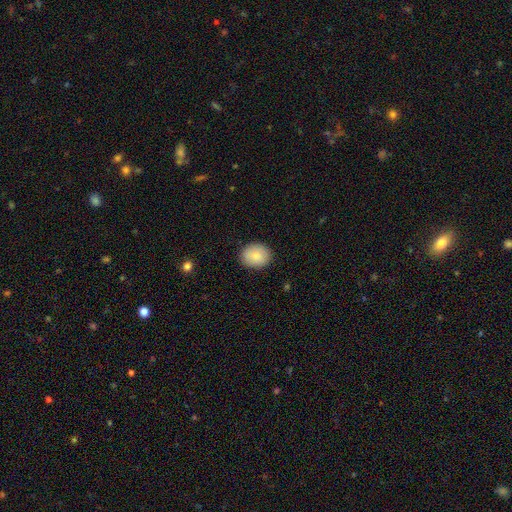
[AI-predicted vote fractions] A smooth galaxy with no disk features (86%) that is round (56%). Merging: none (89%).